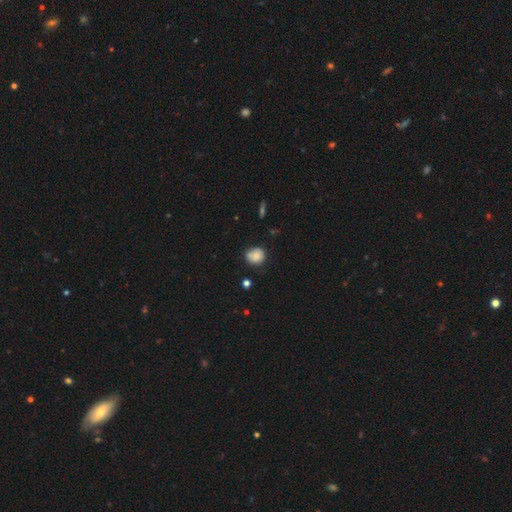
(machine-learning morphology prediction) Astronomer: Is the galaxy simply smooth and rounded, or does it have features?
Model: smooth — 73%.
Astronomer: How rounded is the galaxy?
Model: round — 79%.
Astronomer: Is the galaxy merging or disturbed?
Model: none — 63%.